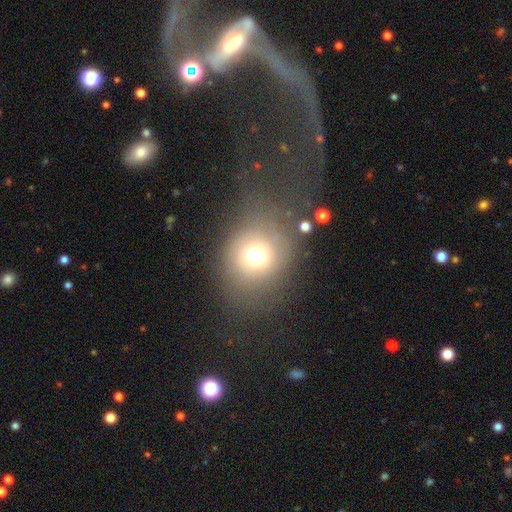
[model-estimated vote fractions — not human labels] This appears to be a smooth galaxy with no disk features (67%) that is round (67%). Merging: none (61%).